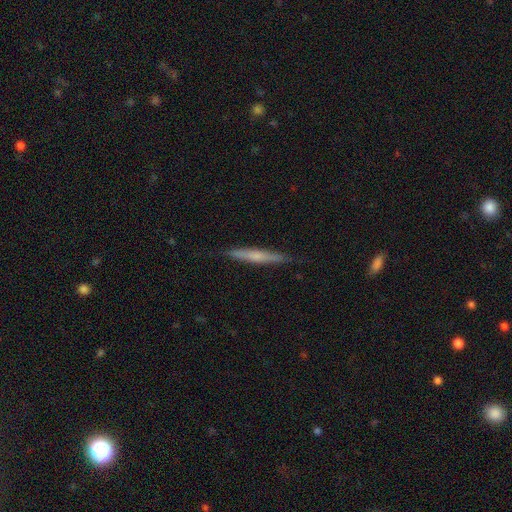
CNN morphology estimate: Overall: smooth (48%; featured or disk 46%). Merging: none (87%).